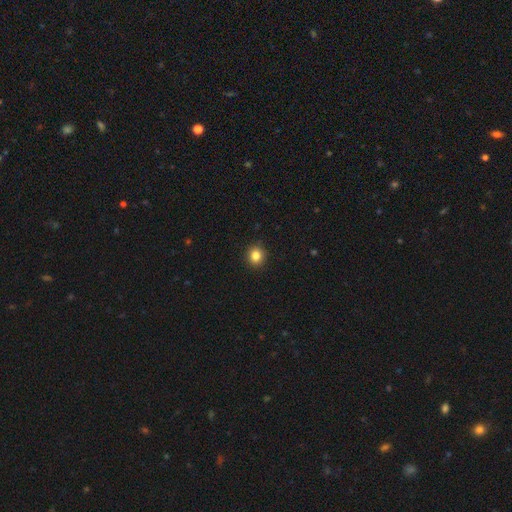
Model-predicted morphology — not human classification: This is clearly a smooth galaxy (84%). How rounded: clearly round (84%). Merging: clearly none (91%).